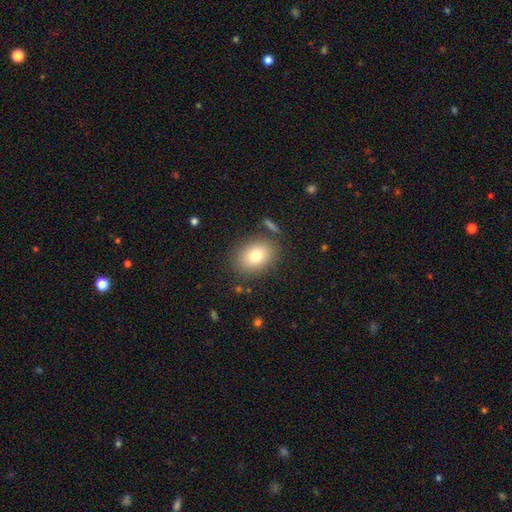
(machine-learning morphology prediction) Q: Smooth or featured?
A: smooth (78%); runner-up: featured or disk (12%)
Q: How rounded?
A: in between (67%); runner-up: round (32%)
Q: Merging?
A: none (82%); runner-up: minor disturbance (10%)